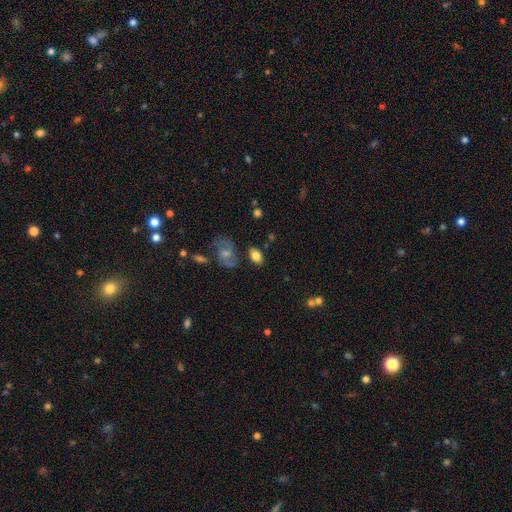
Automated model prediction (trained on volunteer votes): Q: Smooth or featured?
A: smooth (79%); runner-up: featured or disk (13%)
Q: How rounded?
A: in between (86%); runner-up: round (12%)
Q: Merging?
A: none (73%); runner-up: minor disturbance (15%)